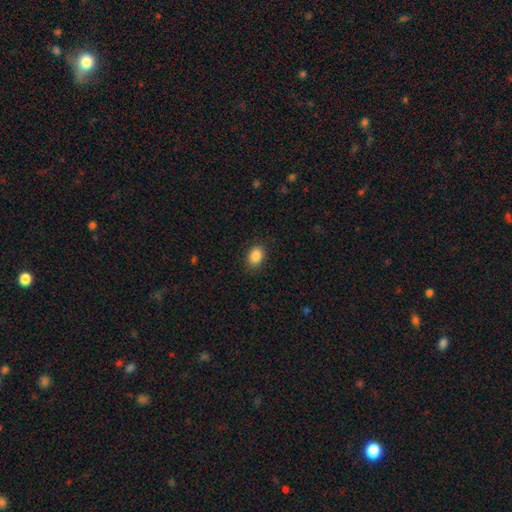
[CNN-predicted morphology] Overall: smooth (88%). How rounded: in between (72%). Merging: none (87%).